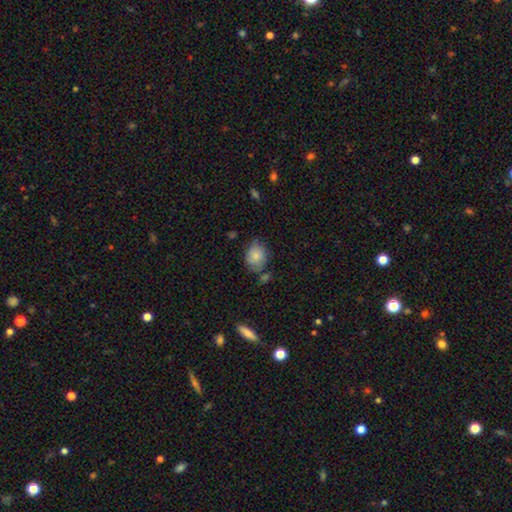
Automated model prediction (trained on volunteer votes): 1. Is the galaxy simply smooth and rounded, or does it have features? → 79% smooth, 13% featured or disk, 8% star or artifact.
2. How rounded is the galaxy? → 55% in between, 44% round, 1% cigar-shaped.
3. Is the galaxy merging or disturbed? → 58% none, 28% minor disturbance, 8% merger, 7% major disturbance.